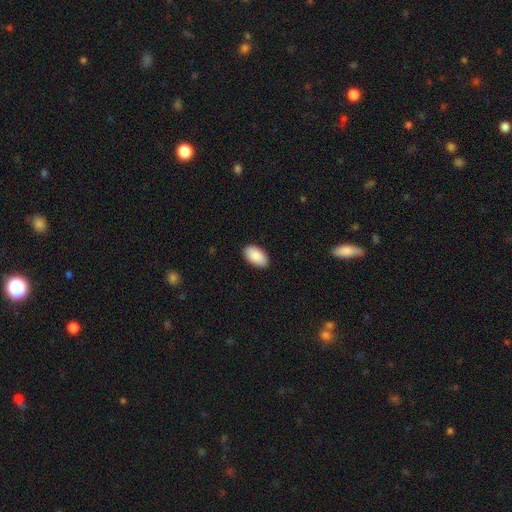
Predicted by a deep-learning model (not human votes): Smooth or featured: smooth — 89% (star or artifact — 6%)
How rounded: in between — 96% (round — 3%)
Merging: none — 89% (minor disturbance — 8%)